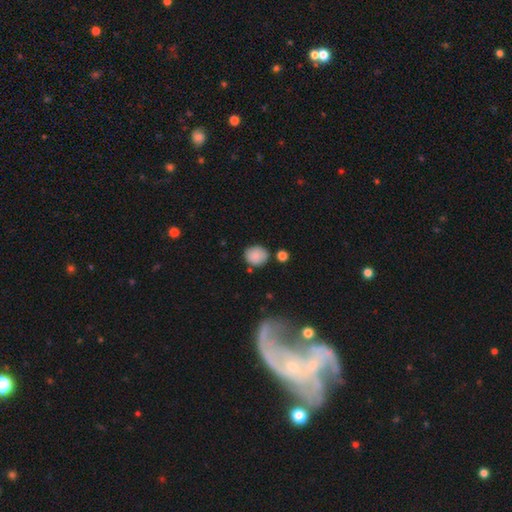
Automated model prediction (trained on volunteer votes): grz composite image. It shows a smooth galaxy with no disk features (84%) that is round (77%). Merging: none (72%).